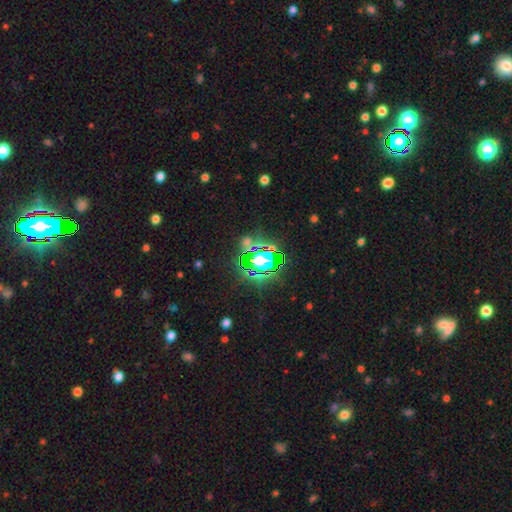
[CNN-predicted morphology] Smooth or featured? Predicted: star or artifact (p=0.82).